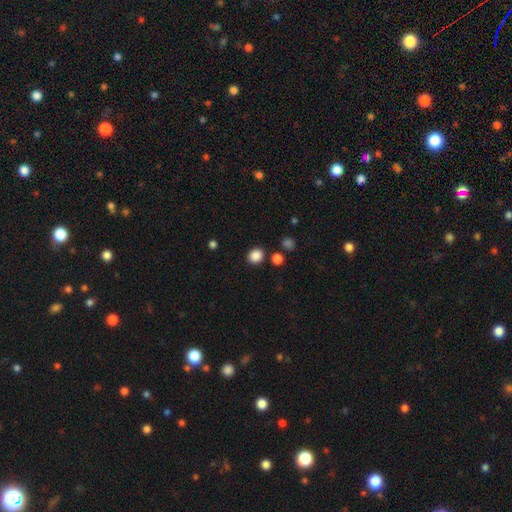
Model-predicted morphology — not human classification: Smooth or featured?
  - smooth: 86% *
  - star or artifact: 11%
  - featured or disk: 3%
How rounded?
  - round: 76% *
  - in between: 24%
  - cigar-shaped: 1%
Merging?
  - none: 85% *
  - minor disturbance: 7%
  - merger: 5%
  - major disturbance: 3%